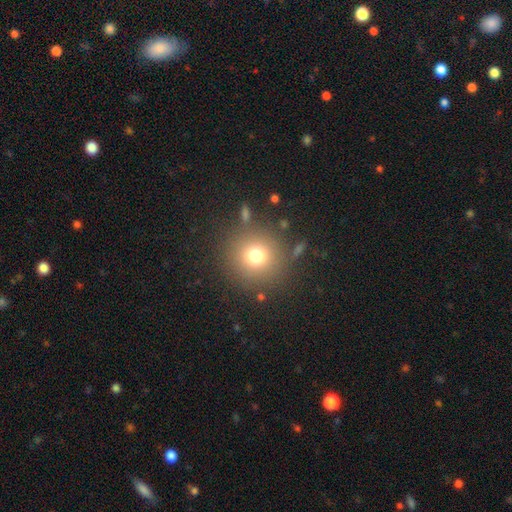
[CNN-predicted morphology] This is likely a smooth galaxy (74%). How rounded: clearly round (94%). Merging: clearly none (84%).